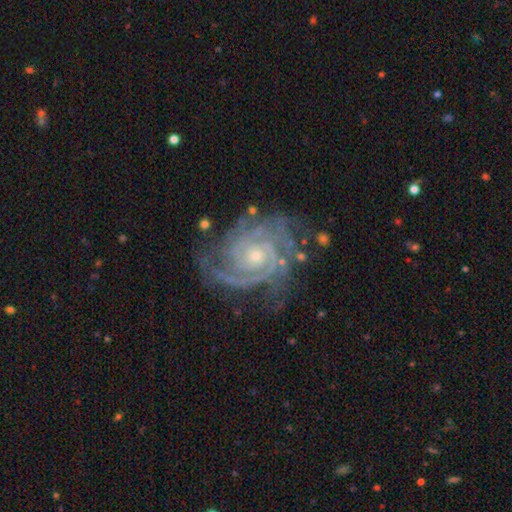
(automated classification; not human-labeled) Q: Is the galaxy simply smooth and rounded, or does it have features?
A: featured or disk — 91%.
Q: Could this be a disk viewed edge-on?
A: no — 98%.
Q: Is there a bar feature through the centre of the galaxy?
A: no — 73%.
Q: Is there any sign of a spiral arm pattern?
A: yes — 98%.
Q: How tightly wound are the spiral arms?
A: tight — 74%.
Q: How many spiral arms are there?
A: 2 — 28%, tied with 3.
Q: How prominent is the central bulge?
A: small — 62%.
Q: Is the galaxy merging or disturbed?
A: none — 71%.